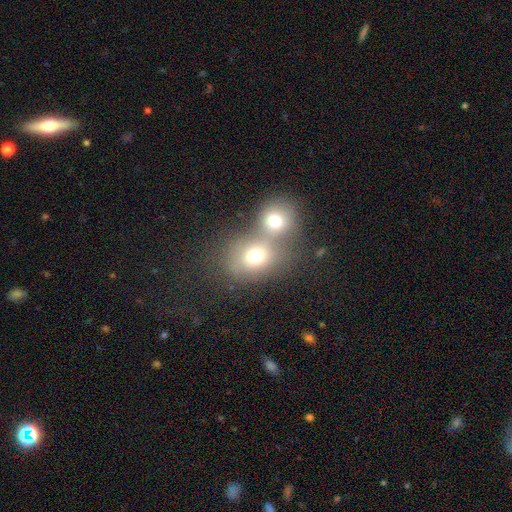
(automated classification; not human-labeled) Smooth or featured? Predicted: smooth (p=0.72). How rounded? Predicted: round (p=0.61). Merging? Predicted: merger (p=0.59).